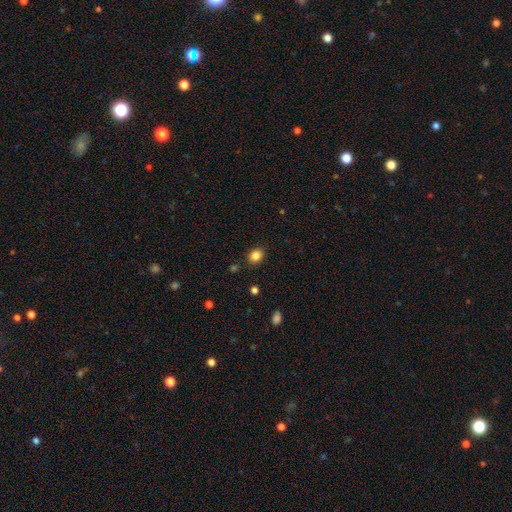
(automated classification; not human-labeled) Smooth or featured? Predicted: smooth (p=0.85). How rounded? Predicted: round (p=0.50). Merging? Predicted: none (p=0.87).